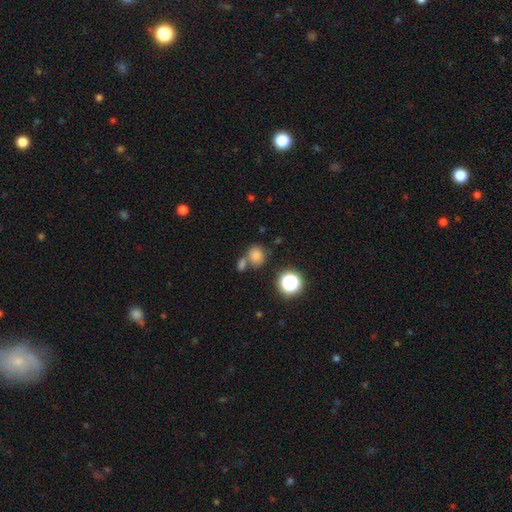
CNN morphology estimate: Smooth or featured? smooth (76%)
How rounded? round (68%)
Merging? none (55%)